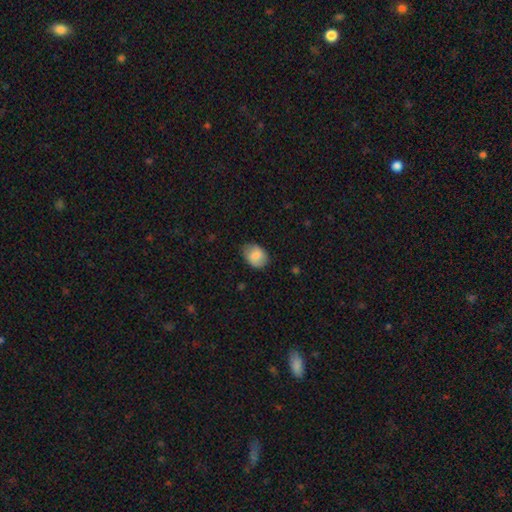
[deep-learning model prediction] Morphology: type=smooth (80%); roundness=in between (69%); merging=none (73%).